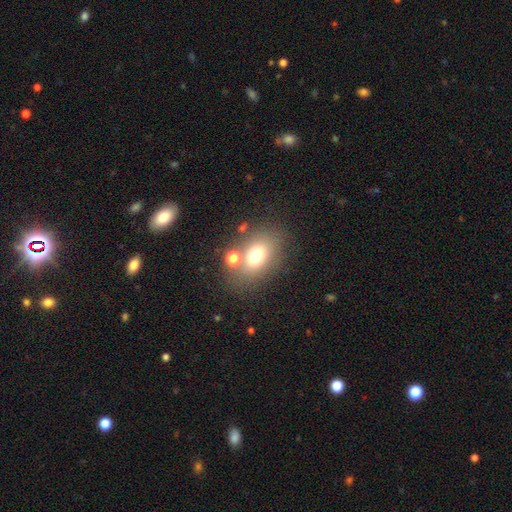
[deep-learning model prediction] Smooth or featured: smooth — 69% (featured or disk — 17%)
How rounded: in between — 70% (round — 28%)
Merging: none — 66% (merger — 15%)